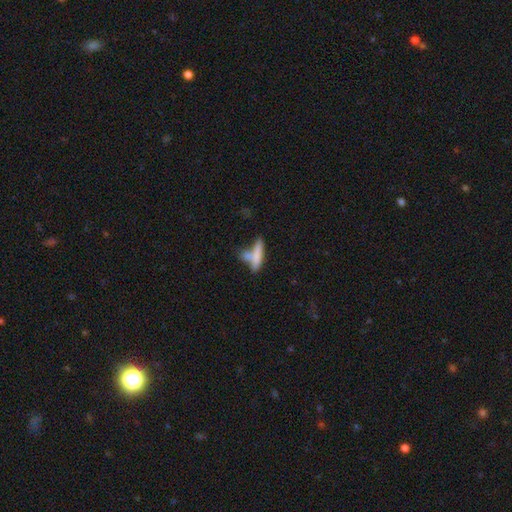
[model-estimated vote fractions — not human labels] This appears to be a smooth galaxy with no disk features (69%) that is cigar-shaped (75%). Merging: none (41%).